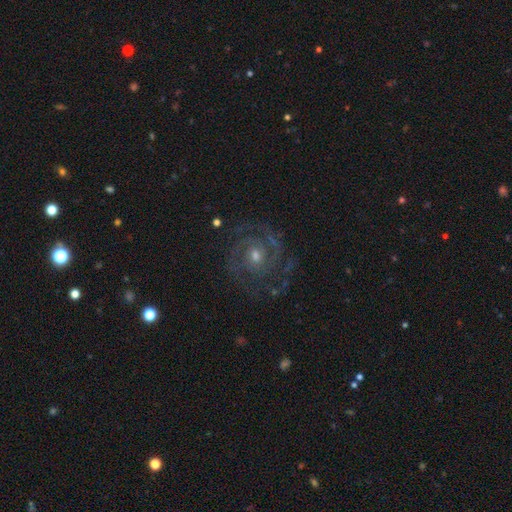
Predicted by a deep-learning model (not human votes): Smooth or featured?
  - featured or disk: 88% *
  - star or artifact: 7%
  - smooth: 5%
Edge-on disk?
  - no: 98% *
  - yes: 2%
Bar?
  - no: 64% *
  - weak: 29%
  - strong: 7%
Spiral arms?
  - yes: 97% *
  - no: 3%
Spiral winding?
  - tight: 62% *
  - medium: 33%
  - loose: 5%
Spiral arm count?
  - 2: 49% *
  - 3: 21%
  - can't tell: 14%
  - 4: 6%
  - 1: 5%
  - more than 4: 5%
Bulge size?
  - moderate: 53% *
  - small: 42%
  - large: 3%
  - none: 1%
  - dominant: 1%
Merging?
  - none: 77% *
  - minor disturbance: 13%
  - major disturbance: 8%
  - merger: 1%